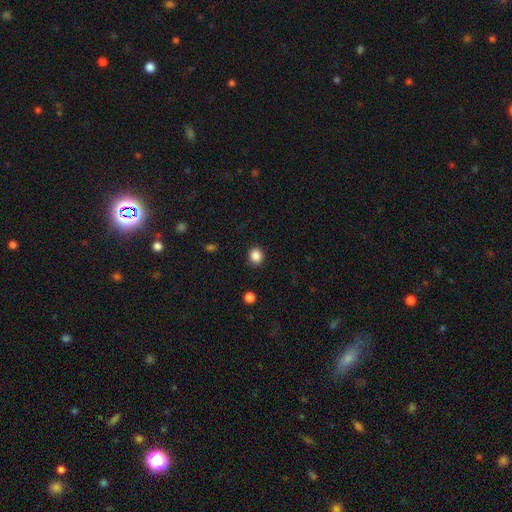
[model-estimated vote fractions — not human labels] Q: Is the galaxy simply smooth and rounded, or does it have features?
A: smooth — 87%.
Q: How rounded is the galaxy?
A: round — 81%.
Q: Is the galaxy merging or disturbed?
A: none — 90%.